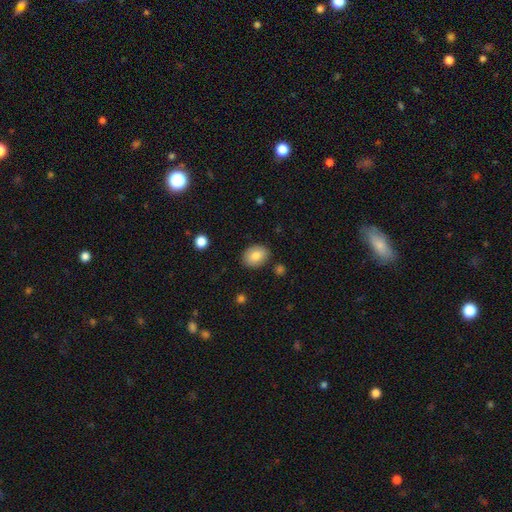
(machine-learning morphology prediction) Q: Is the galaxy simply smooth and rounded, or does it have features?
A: smooth — 83%.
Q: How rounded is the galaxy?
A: in between — 59%.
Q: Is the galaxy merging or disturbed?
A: none — 86%.